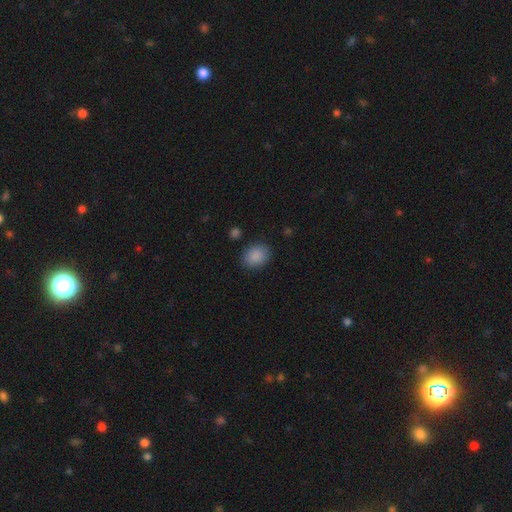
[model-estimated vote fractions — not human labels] A smooth galaxy with no disk features (88%) that is in between round and cigar-shaped (54%). Merging: none (85%).